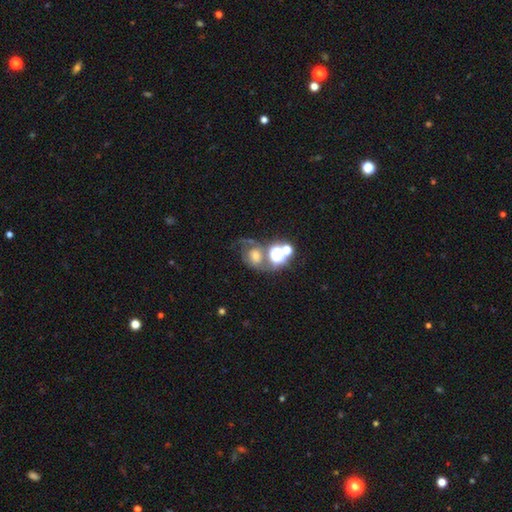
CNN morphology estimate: Q: Smooth or featured?
A: featured or disk (42%); runner-up: smooth (35%)
Q: Merging?
A: none (33%); runner-up: major disturbance (25%)